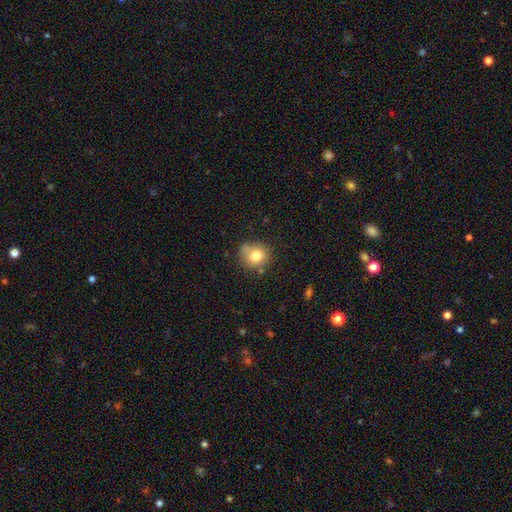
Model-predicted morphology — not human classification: smooth-or-featured: smooth: 77% | featured or disk: 12% | star or artifact: 11%
  how-rounded: round: 81% | in between: 19% | cigar-shaped: 1%
  merging: none: 69% | minor disturbance: 19% | merger: 7% | major disturbance: 5%